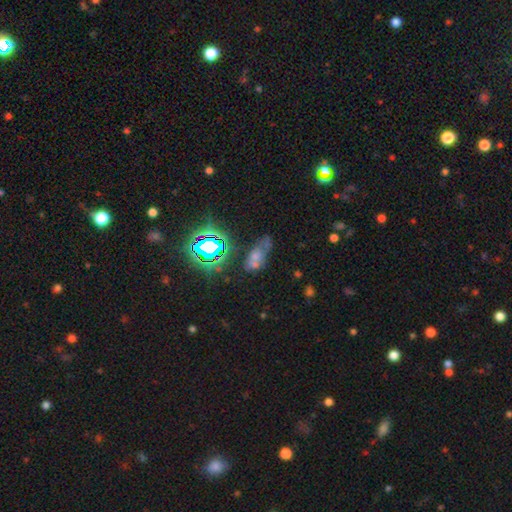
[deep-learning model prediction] The model was most divided on "smooth or featured": smooth: 40%, star or artifact: 39%, featured or disk: 21%. Remaining: merging — none (43%).